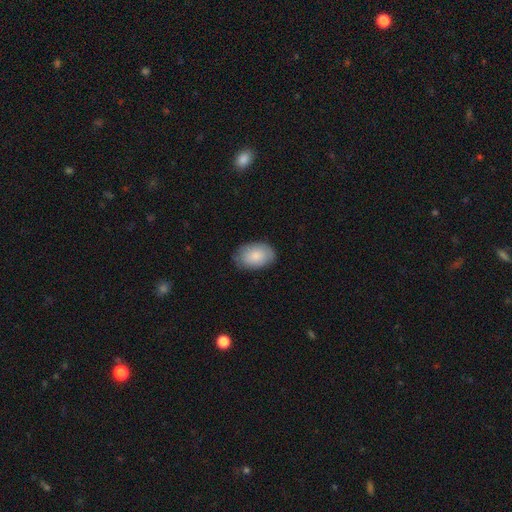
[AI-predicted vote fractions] Smooth or featured? smooth (84%)
How rounded? in between (90%)
Merging? none (81%)